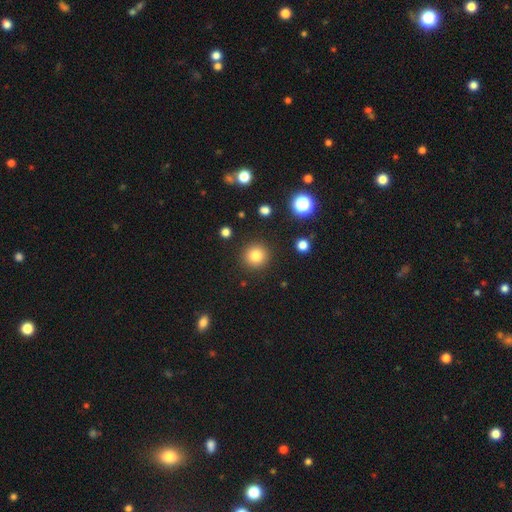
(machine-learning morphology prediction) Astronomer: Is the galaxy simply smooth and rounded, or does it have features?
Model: smooth — 81%.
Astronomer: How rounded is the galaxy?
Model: round — 94%.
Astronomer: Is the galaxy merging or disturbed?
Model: none — 91%.